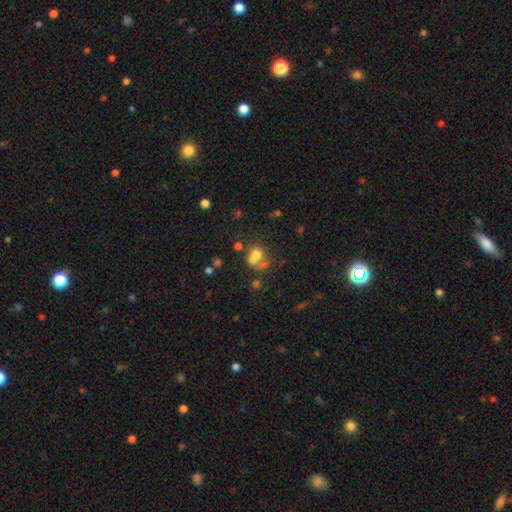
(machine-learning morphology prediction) This appears to be a smooth galaxy with no disk features (63%) that is round (52%). Merging: merger (46%).